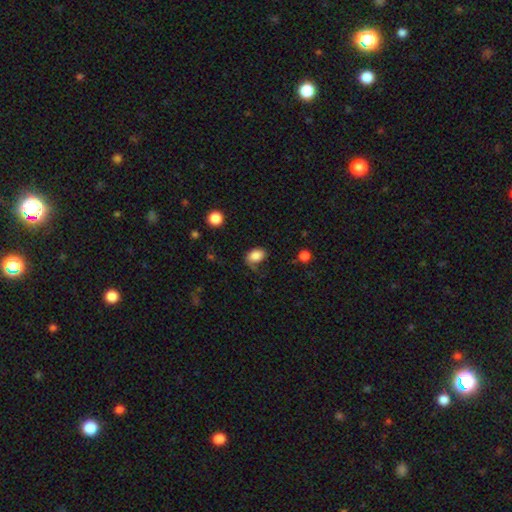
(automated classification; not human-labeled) Smooth or featured? smooth (80%)
How rounded? in between (79%)
Merging? none (51%)